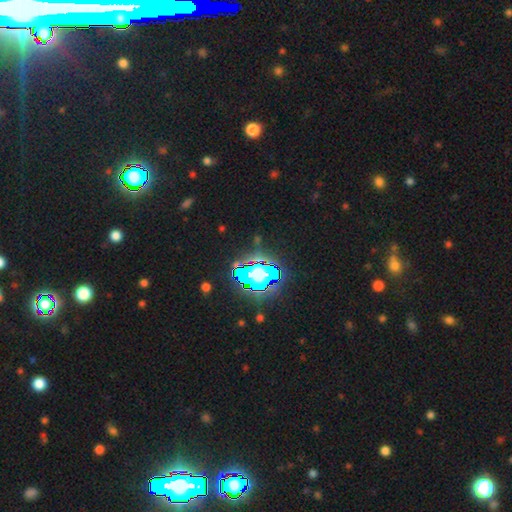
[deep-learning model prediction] smooth_or_featured: star or artifact (p=0.82) [alt: smooth p=0.11]